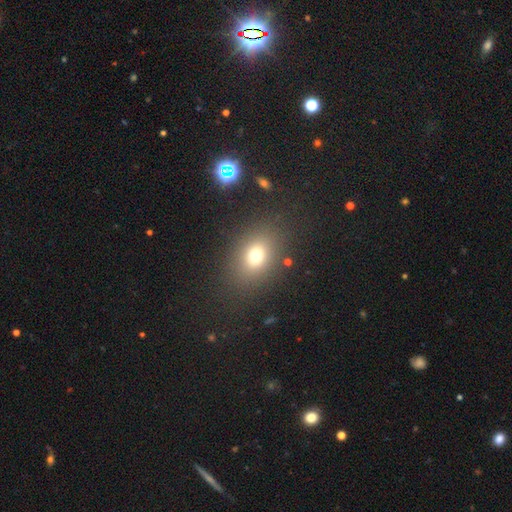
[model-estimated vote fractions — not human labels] This appears to be a smooth galaxy with no disk features (72%) that is in between round and cigar-shaped (62%). Merging: none (82%).